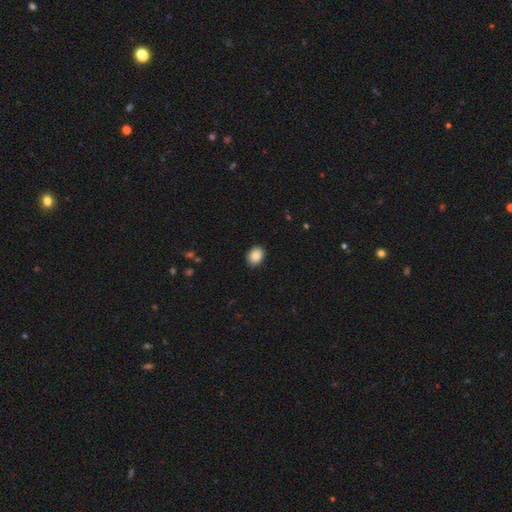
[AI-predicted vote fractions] Smooth or featured? Predicted: smooth (p=0.86). How rounded? Predicted: in between (p=0.64). Merging? Predicted: none (p=0.90).